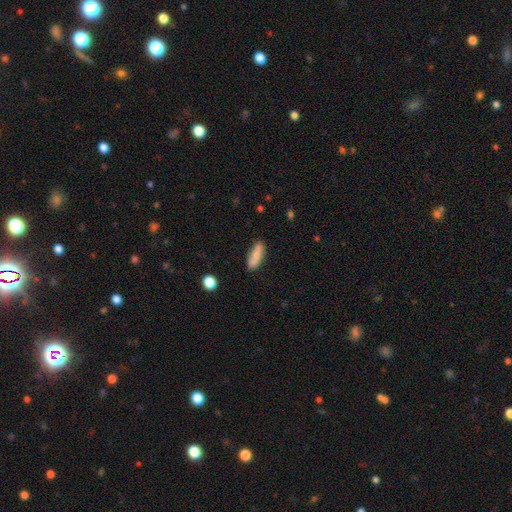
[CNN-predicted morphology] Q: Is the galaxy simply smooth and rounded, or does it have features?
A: smooth — 80%.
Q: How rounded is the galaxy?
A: in between — 54%.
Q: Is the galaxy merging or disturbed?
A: none — 78%.